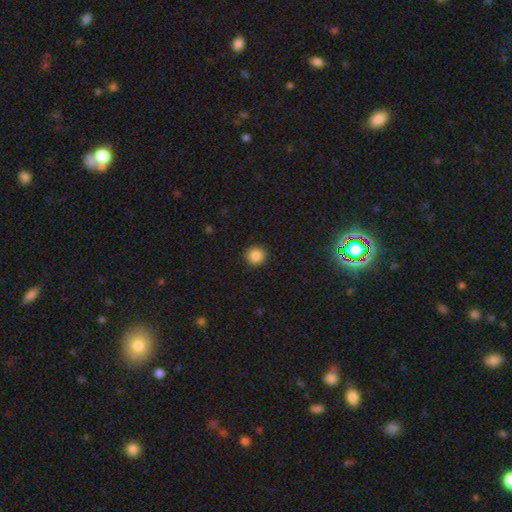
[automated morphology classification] Q: Smooth or featured?
A: smooth (86%); runner-up: star or artifact (10%)
Q: How rounded?
A: round (93%); runner-up: in between (6%)
Q: Merging?
A: none (92%); runner-up: minor disturbance (5%)